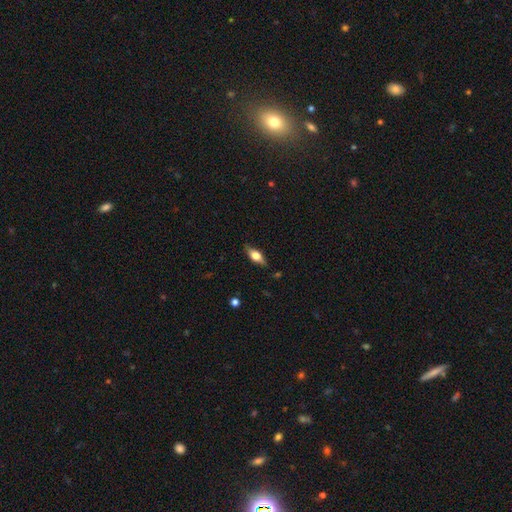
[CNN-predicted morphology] Smooth or featured?
  - smooth: 49% *
  - featured or disk: 44%
  - star or artifact: 7%
Merging?
  - none: 83% *
  - minor disturbance: 13%
  - major disturbance: 3%
  - merger: 1%